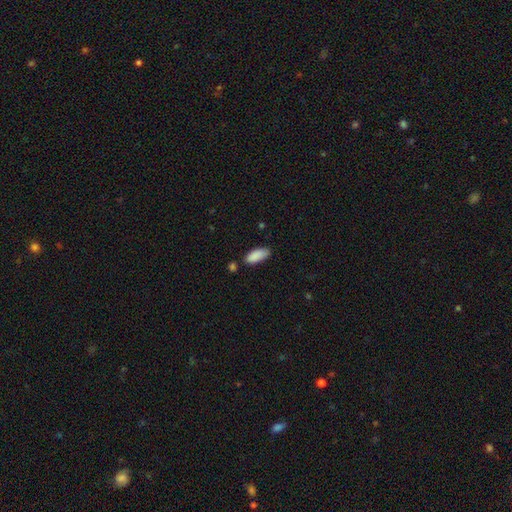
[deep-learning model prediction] smooth 88%, star or artifact 7%, featured or disk 5%. Down the decision tree: how rounded — in between (81%); merging — none (72%).